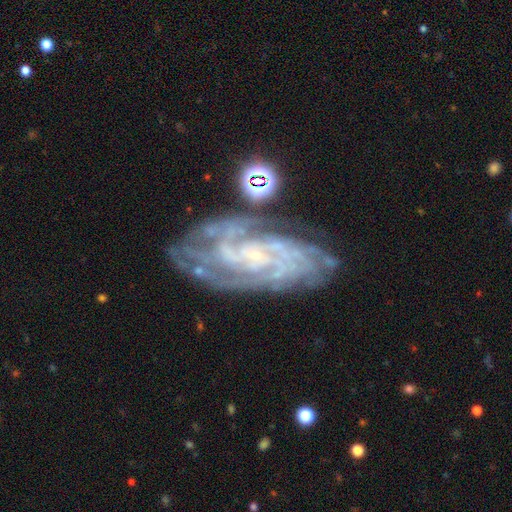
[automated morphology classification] The model was most divided on "spiral arm count": can't tell: 32%, 4: 19%, 3: 15%, 2: 14%, more than 4: 12%, 1: 7%. More confident: spiral arms — yes (96%); edge-on disk — no (94%); smooth or featured — featured or disk (87%); bulge size — small (80%); spiral winding — tight (70%); merging — none (68%); bar — no (60%).